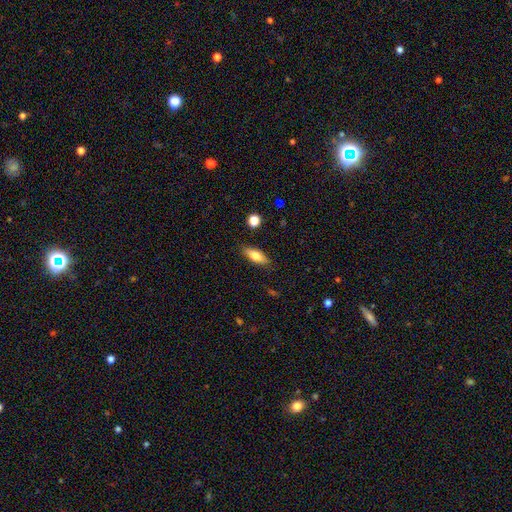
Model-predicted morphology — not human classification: type=smooth (70%); roundness=in between (65%); merging=none (86%).